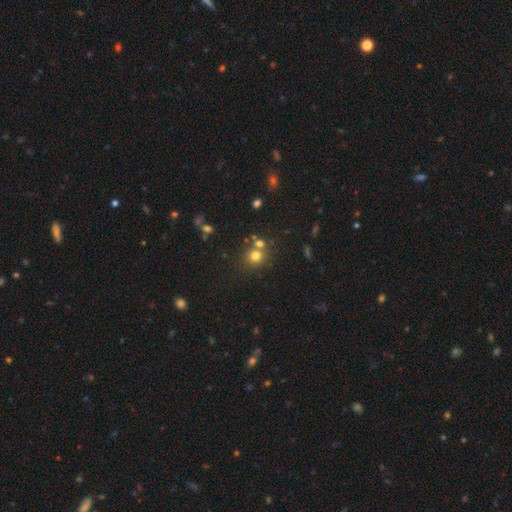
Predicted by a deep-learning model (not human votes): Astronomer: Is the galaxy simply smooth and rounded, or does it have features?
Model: smooth — 73%.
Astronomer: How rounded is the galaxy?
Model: round — 85%.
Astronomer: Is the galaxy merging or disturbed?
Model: none — 63%.